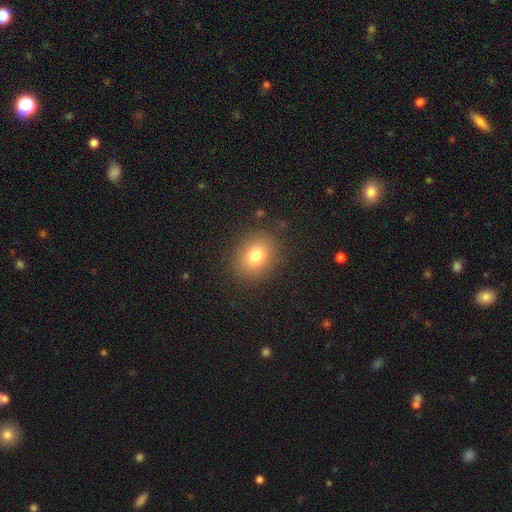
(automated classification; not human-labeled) smooth 79%, star or artifact 12%, featured or disk 10%. Down the decision tree: how rounded — round (56%); merging — none (86%).